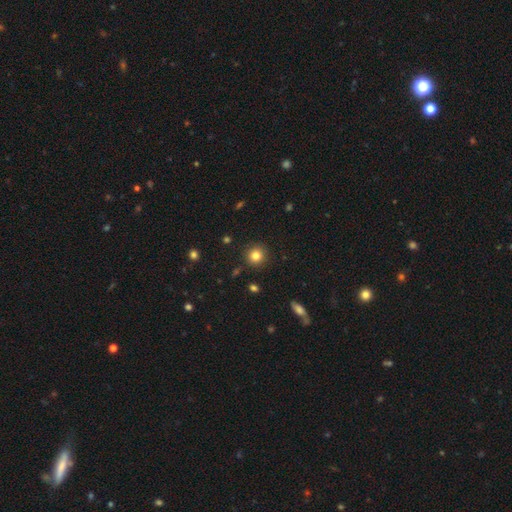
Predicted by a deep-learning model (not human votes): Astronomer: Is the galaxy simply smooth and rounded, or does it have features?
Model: smooth — 82%.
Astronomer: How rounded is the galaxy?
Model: round — 93%.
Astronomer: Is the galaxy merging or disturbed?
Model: none — 90%.